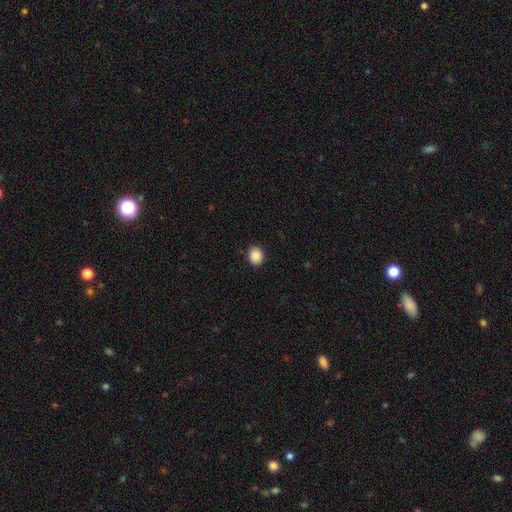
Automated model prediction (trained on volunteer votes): A smooth galaxy with no disk features (89%) that is round (60%).

Vote fractions:
- Smooth or featured? smooth: 89% / star or artifact: 8% / featured or disk: 2%
- How rounded? round: 60% / in between: 39% / cigar-shaped: 1%
- Merging? none: 90% / minor disturbance: 7% / major disturbance: 2% / merger: 1%